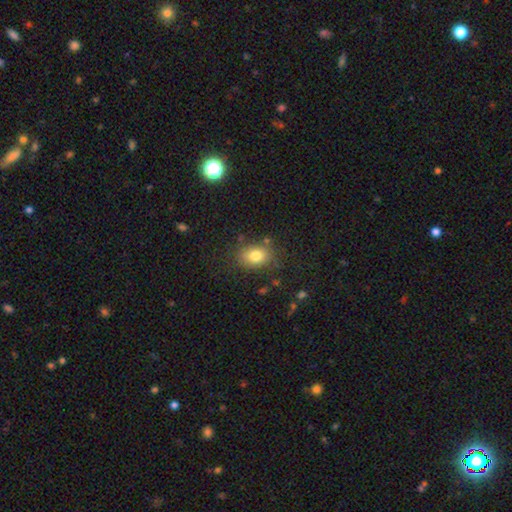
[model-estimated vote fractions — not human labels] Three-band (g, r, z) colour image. It shows a smooth galaxy with no disk features (80%) that is in between round and cigar-shaped (67%). Merging: none (78%).